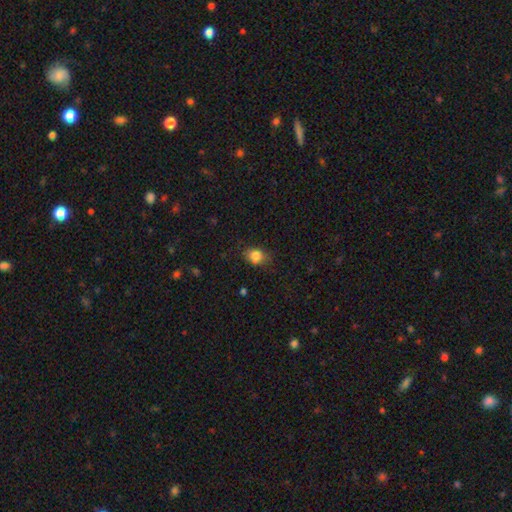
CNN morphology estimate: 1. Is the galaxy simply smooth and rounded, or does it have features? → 83% smooth, 10% star or artifact, 7% featured or disk.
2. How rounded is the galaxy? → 52% in between, 46% round, 1% cigar-shaped.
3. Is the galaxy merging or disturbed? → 76% none, 19% minor disturbance, 4% major disturbance, 1% merger.